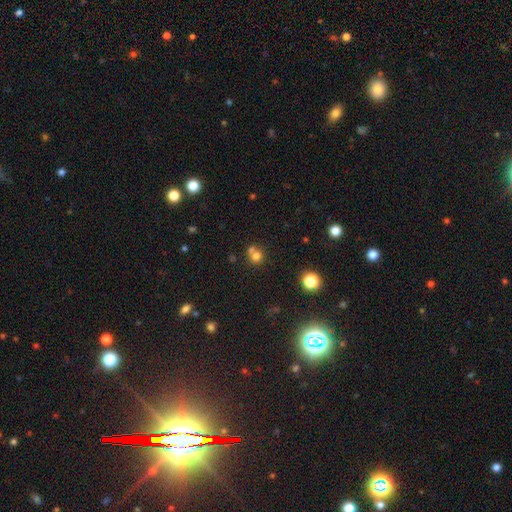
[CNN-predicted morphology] A smooth galaxy with no disk features (73%) that is round (85%).

Vote fractions:
- Smooth or featured? smooth: 73% / star or artifact: 16% / featured or disk: 11%
- How rounded? round: 85% / in between: 14% / cigar-shaped: 1%
- Merging? none: 46% / merger: 43% / minor disturbance: 7% / major disturbance: 3%